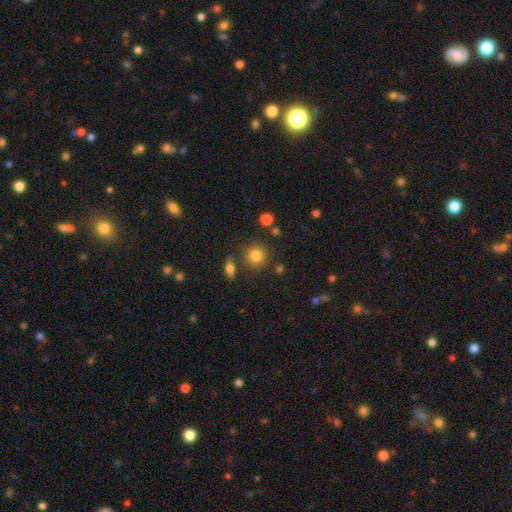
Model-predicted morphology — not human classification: A smooth galaxy with no disk features (81%) that is round (89%).

Vote fractions:
- Smooth or featured? smooth: 81% / star or artifact: 11% / featured or disk: 8%
- How rounded? round: 89% / in between: 10% / cigar-shaped: 1%
- Merging? none: 81% / minor disturbance: 10% / merger: 6% / major disturbance: 3%